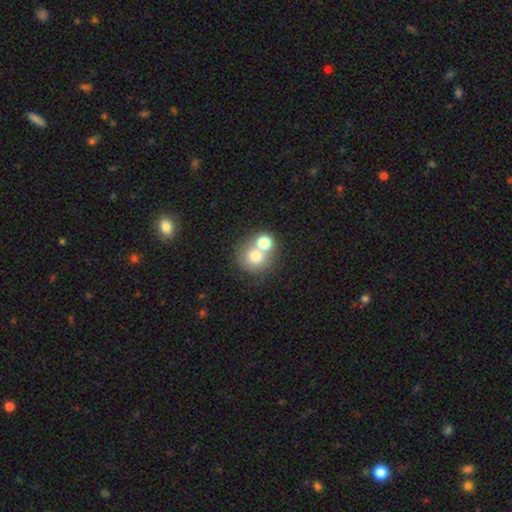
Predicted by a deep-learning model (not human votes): A smooth galaxy with no disk features (72%) that is round (84%). Merging: merger (53%).